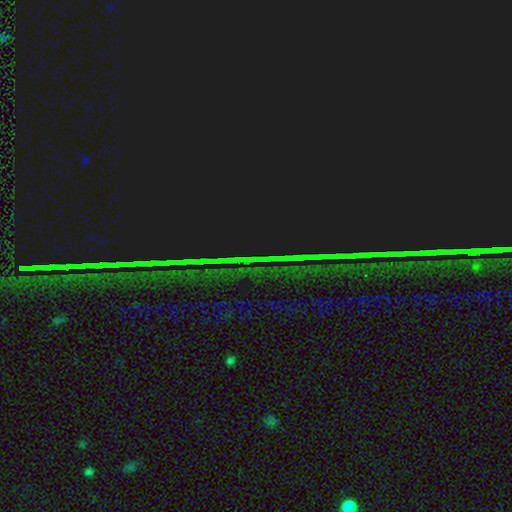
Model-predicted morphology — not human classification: A star or artifact, not a galaxy (89%).

Vote fractions:
- Smooth or featured? star or artifact: 89% / featured or disk: 6% / smooth: 6%